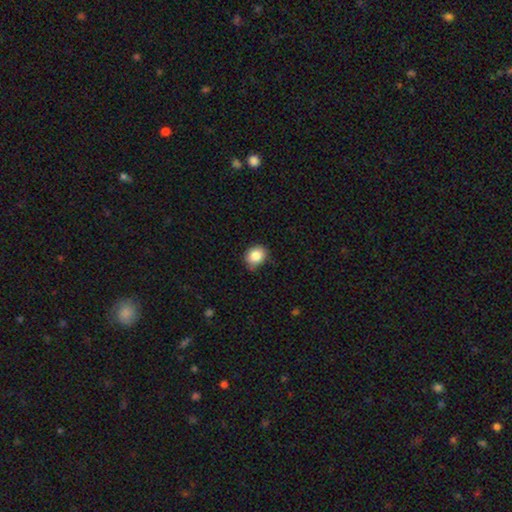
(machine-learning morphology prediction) Q: Smooth or featured?
A: smooth (84%); runner-up: star or artifact (9%)
Q: How rounded?
A: round (65%); runner-up: in between (34%)
Q: Merging?
A: none (73%); runner-up: minor disturbance (22%)